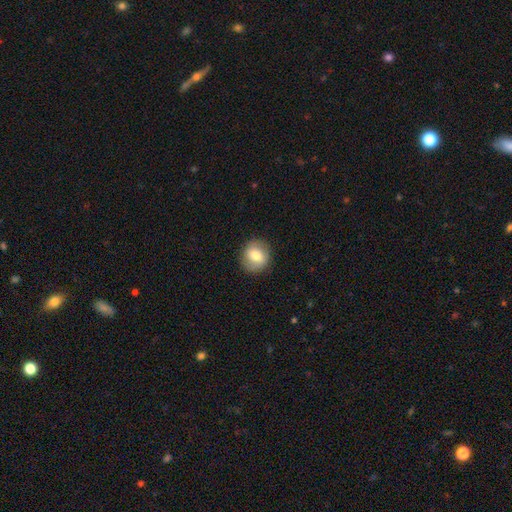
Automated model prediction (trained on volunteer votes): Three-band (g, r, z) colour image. It shows a smooth galaxy with no disk features (71%) that is round (85%). Merging: none (88%).